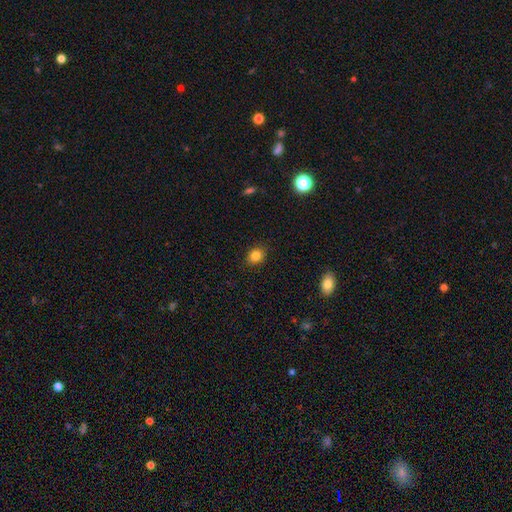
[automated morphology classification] This is clearly a smooth galaxy (83%). How rounded: possibly round (52%). Merging: clearly none (87%).